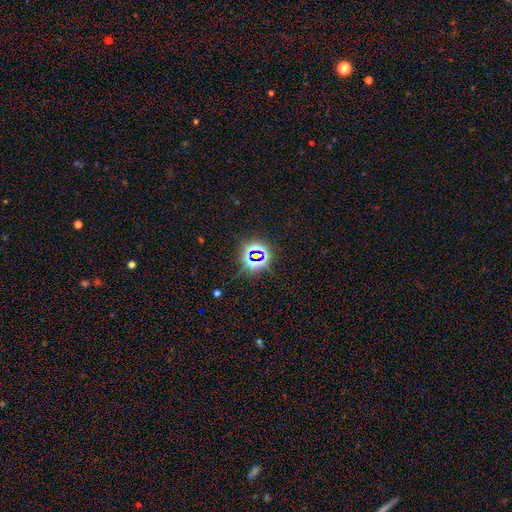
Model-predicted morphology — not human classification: This is likely a star or artifact rather than a galaxy (76%).